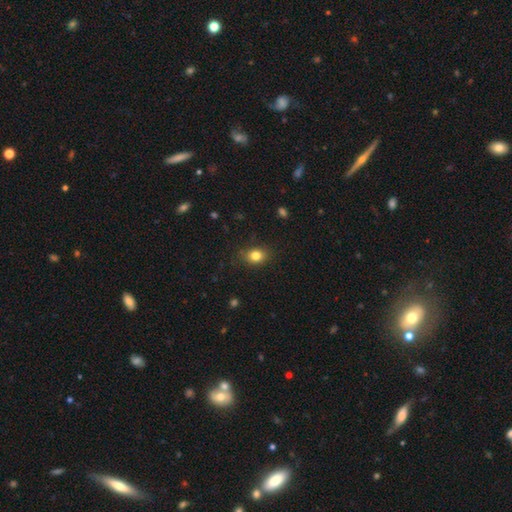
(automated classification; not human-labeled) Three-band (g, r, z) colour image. It shows a smooth galaxy with no disk features (82%) that is in between round and cigar-shaped (52%). Merging: none (84%).